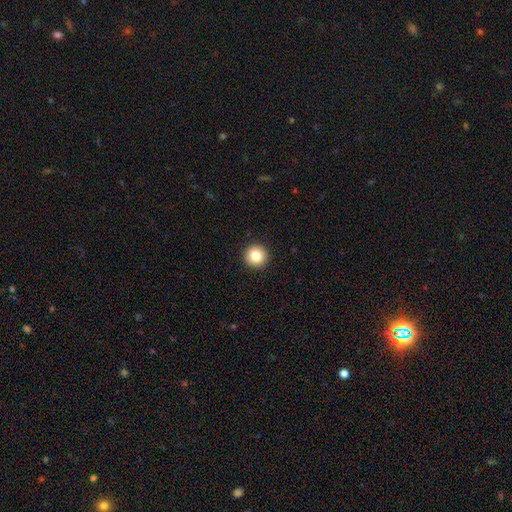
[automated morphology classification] This is clearly a smooth galaxy (84%). How rounded: clearly round (96%). Merging: clearly none (94%).